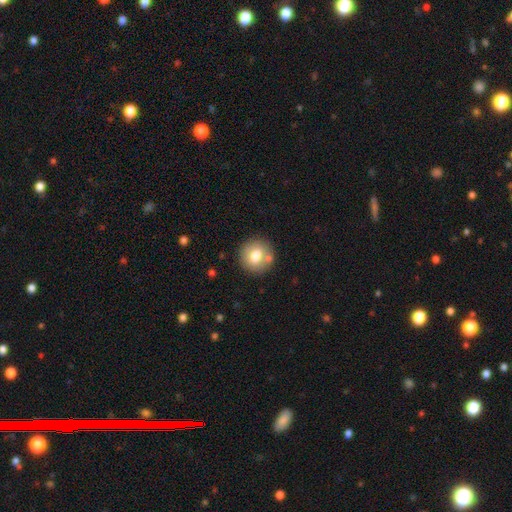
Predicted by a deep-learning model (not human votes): A smooth galaxy with no disk features (74%) that is round (89%). Merging: none (77%).